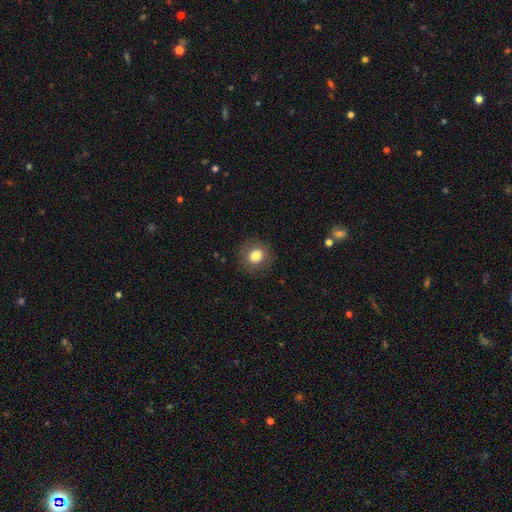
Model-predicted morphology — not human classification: type=smooth (80%); roundness=round (87%); merging=none (88%).